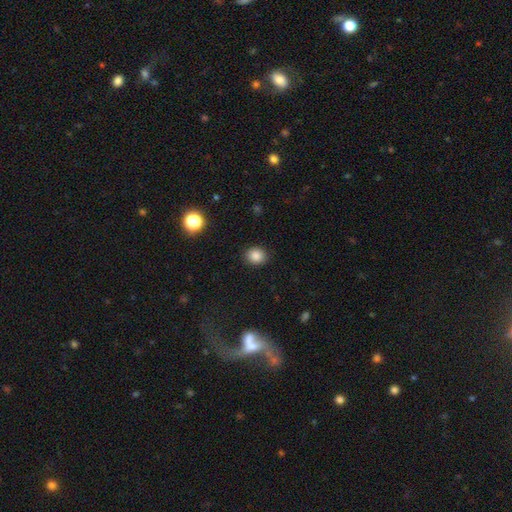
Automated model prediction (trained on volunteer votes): Smooth or featured? smooth (85%)
How rounded? round (73%)
Merging? none (89%)